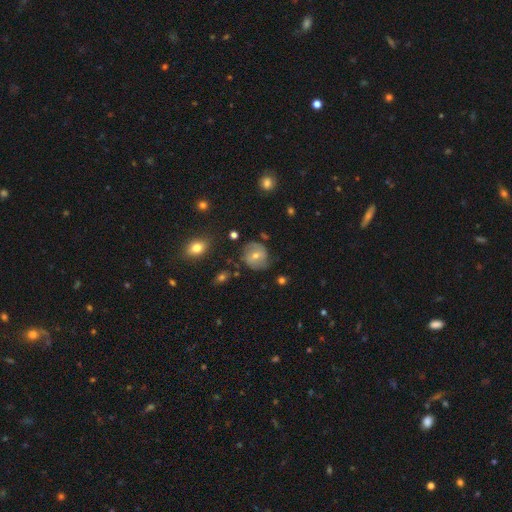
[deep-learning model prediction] Q: Smooth or featured?
A: featured or disk (46%); runner-up: smooth (44%)
Q: Merging?
A: none (72%); runner-up: minor disturbance (19%)